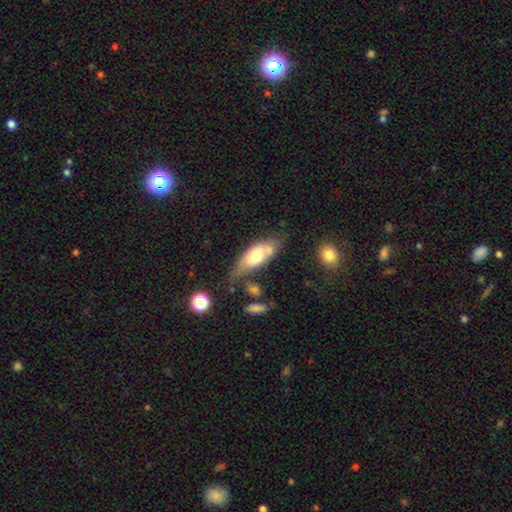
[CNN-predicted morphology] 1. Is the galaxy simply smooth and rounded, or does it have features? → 59% smooth, 35% featured or disk, 6% star or artifact.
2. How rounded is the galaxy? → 74% in between, 24% cigar-shaped, 3% round.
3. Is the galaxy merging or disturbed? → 46% none, 26% minor disturbance, 17% merger, 11% major disturbance.